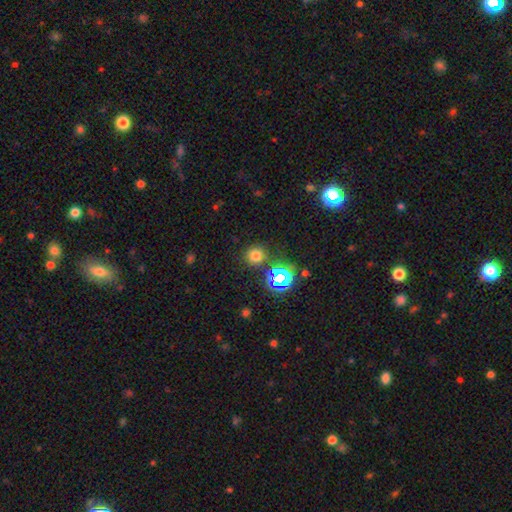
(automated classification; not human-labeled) Smooth or featured? smooth (68%)
How rounded? round (91%)
Merging? none (84%)